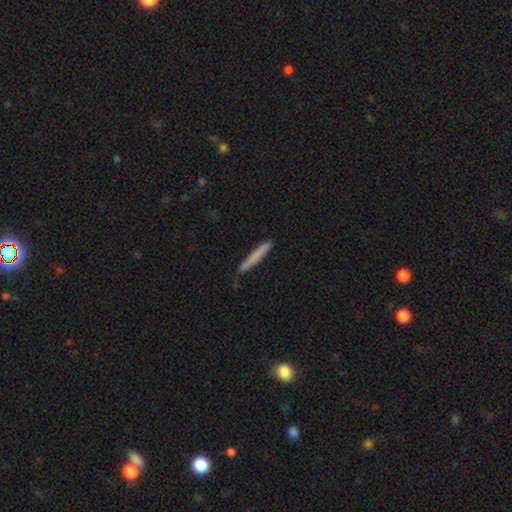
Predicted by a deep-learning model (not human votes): smooth-or-featured: smooth: 76% | featured or disk: 19% | star or artifact: 6%
  how-rounded: cigar-shaped: 97% | in between: 2% | round: 1%
  merging: none: 89% | minor disturbance: 8% | major disturbance: 1% | merger: 1%